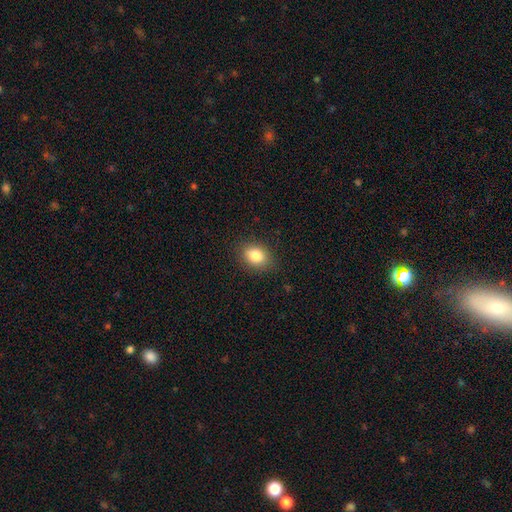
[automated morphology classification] This is clearly a smooth galaxy (83%). How rounded: possibly in between (59%). Merging: clearly none (86%).